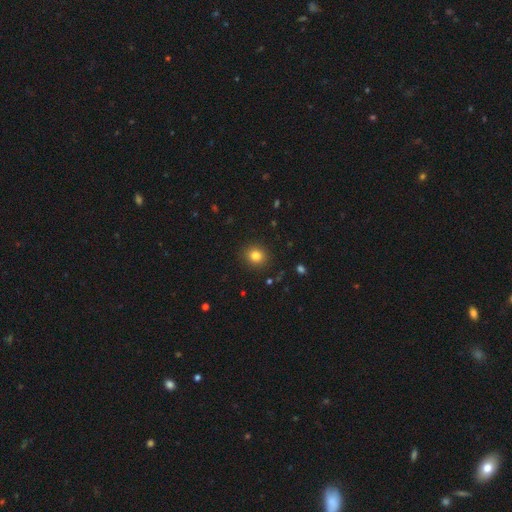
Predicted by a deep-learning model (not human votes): This is clearly a smooth galaxy (81%). How rounded: clearly round (82%). Merging: clearly none (91%).